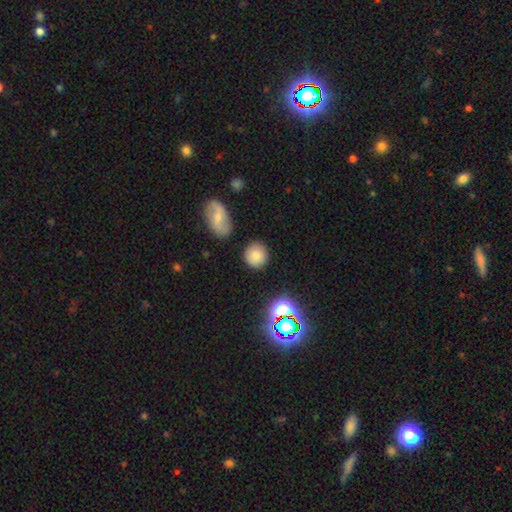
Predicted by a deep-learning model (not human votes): Smooth or featured: smooth — 79% (star or artifact — 12%)
How rounded: round — 90% (in between — 9%)
Merging: none — 86% (minor disturbance — 8%)